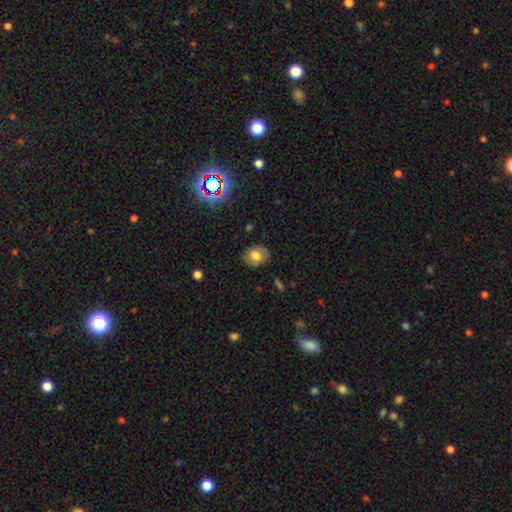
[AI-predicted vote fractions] This is likely a smooth galaxy (71%). How rounded: possibly in between (52%). Merging: clearly none (83%).